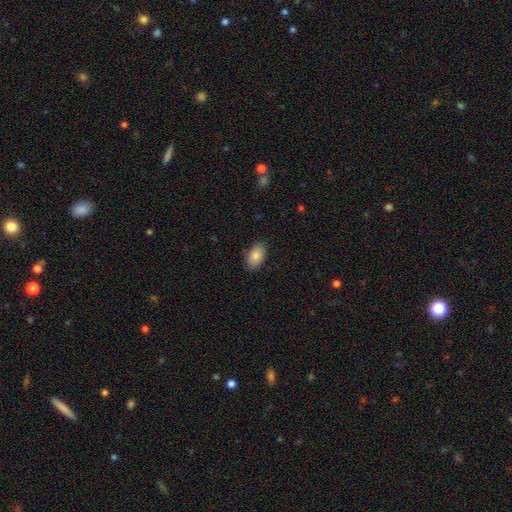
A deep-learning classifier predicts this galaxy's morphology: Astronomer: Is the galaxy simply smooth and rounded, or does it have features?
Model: smooth — 86%.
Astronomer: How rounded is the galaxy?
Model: in between — 92%.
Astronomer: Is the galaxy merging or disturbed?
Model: none — 86%.